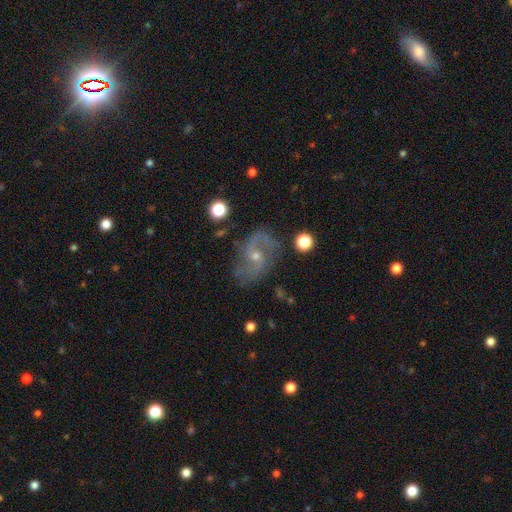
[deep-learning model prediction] smooth_or_featured: featured or disk (p=0.82) [alt: smooth p=0.10]
disk_edge_on: no (p=0.97) [alt: yes p=0.03]
bar: no (p=0.54) [alt: weak p=0.38]
has_spiral_arms: yes (p=0.93) [alt: no p=0.07]
spiral_winding: medium (p=0.43) [tied with: loose p=0.43]
spiral_arm_count: 2 (p=0.83) [alt: can't tell p=0.07]
bulge_size: small (p=0.59) [alt: moderate p=0.37]
merging: none (p=0.71) [alt: minor disturbance p=0.18]